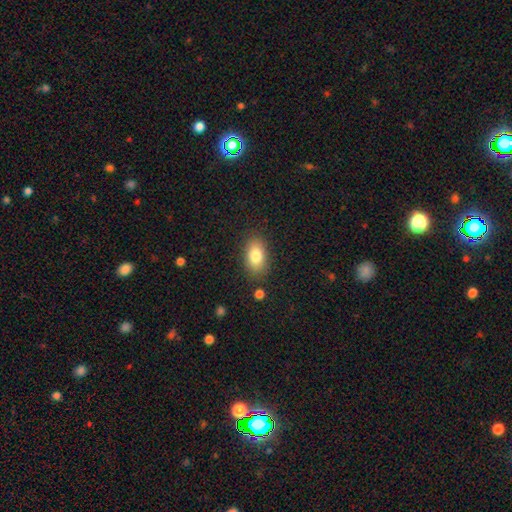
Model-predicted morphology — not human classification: A smooth galaxy with no disk features (82%) that is in between round and cigar-shaped (89%). Merging: none (84%).